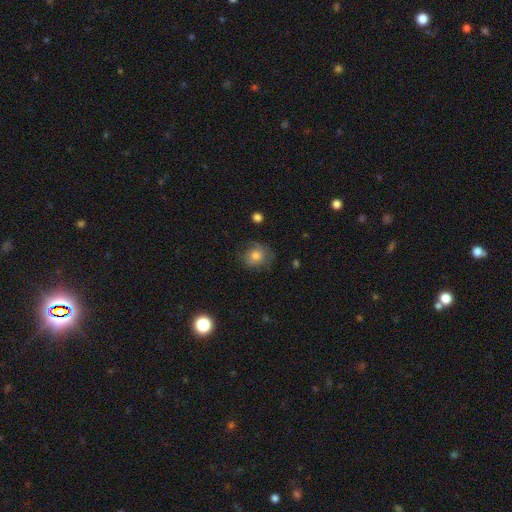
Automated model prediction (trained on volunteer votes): Smooth or featured? Predicted: smooth (p=0.74). How rounded? Predicted: round (p=0.72). Merging? Predicted: none (p=0.67).